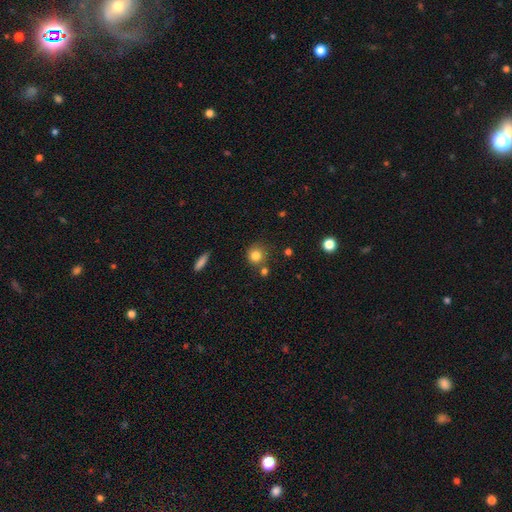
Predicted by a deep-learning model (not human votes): Smooth or featured? Predicted: smooth (p=0.81). How rounded? Predicted: round (p=0.89). Merging? Predicted: none (p=0.72).